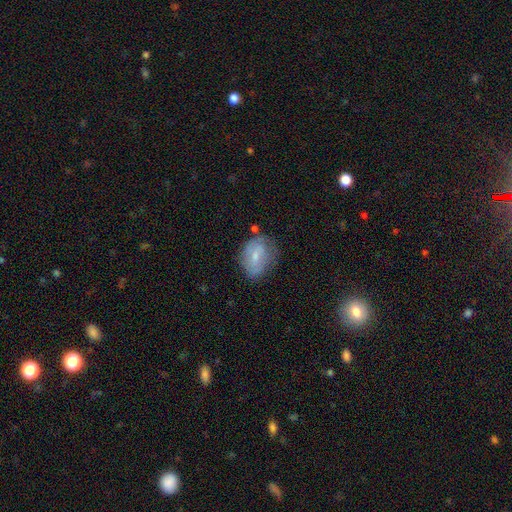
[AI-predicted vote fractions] A smooth galaxy with no disk features (53%) that is in between round and cigar-shaped (70%).

Vote fractions:
- Smooth or featured? smooth: 53% / featured or disk: 39% / star or artifact: 8%
- How rounded? in between: 70% / round: 28% / cigar-shaped: 2%
- Merging? none: 58% / minor disturbance: 29% / major disturbance: 10% / merger: 4%